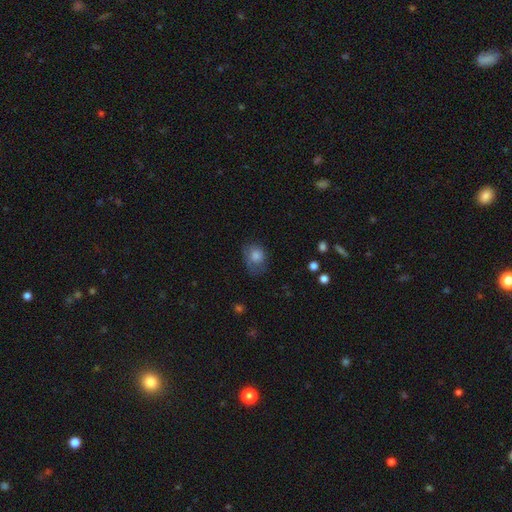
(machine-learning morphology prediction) smooth-or-featured: smooth: 75% | featured or disk: 14% | star or artifact: 11%
  how-rounded: round: 55% | in between: 44% | cigar-shaped: 1%
  merging: none: 55% | minor disturbance: 28% | major disturbance: 15% | merger: 2%